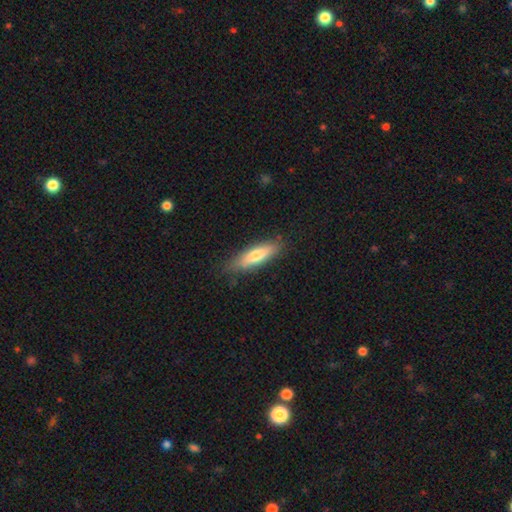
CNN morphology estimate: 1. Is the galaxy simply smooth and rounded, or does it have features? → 67% smooth, 27% featured or disk, 6% star or artifact.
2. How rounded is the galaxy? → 63% cigar-shaped, 35% in between, 2% round.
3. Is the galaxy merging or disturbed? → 79% none, 16% minor disturbance, 4% major disturbance, 1% merger.